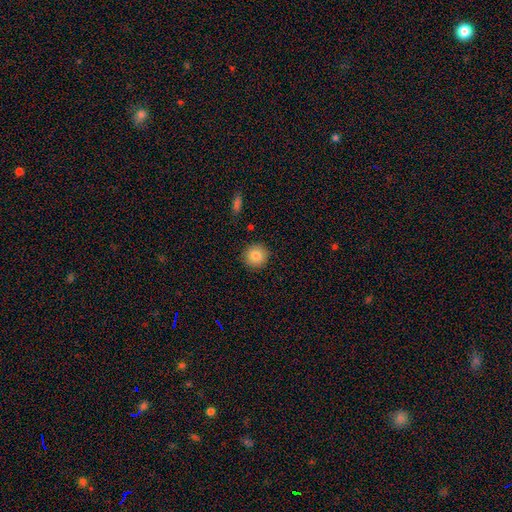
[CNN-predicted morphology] smooth 84%, star or artifact 9%, featured or disk 8%. Down the decision tree: how rounded — round (93%); merging — none (90%).